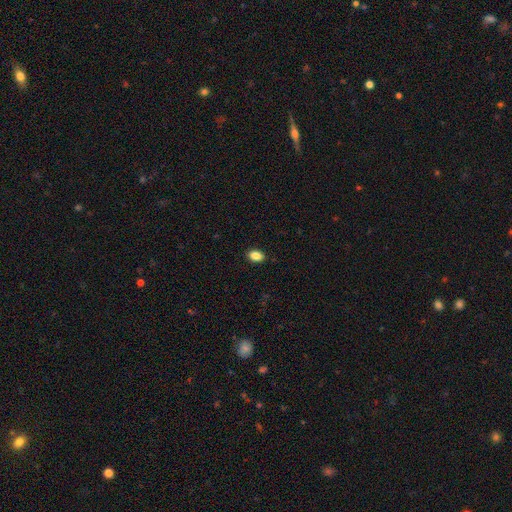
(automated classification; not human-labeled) Q: Smooth or featured?
A: smooth (87%); runner-up: star or artifact (9%)
Q: How rounded?
A: in between (86%); runner-up: round (13%)
Q: Merging?
A: none (89%); runner-up: minor disturbance (8%)